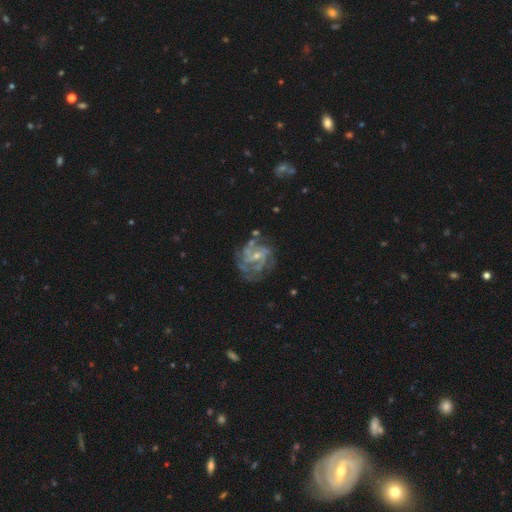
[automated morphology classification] Smooth or featured? featured or disk (86%)
Edge-on disk? no (98%)
Bar? weak (47%)
Spiral arms? yes (91%)
Spiral winding? tight (47%)
Spiral arm count? can't tell (29%)
Bulge size? small (66%)
Merging? none (57%)